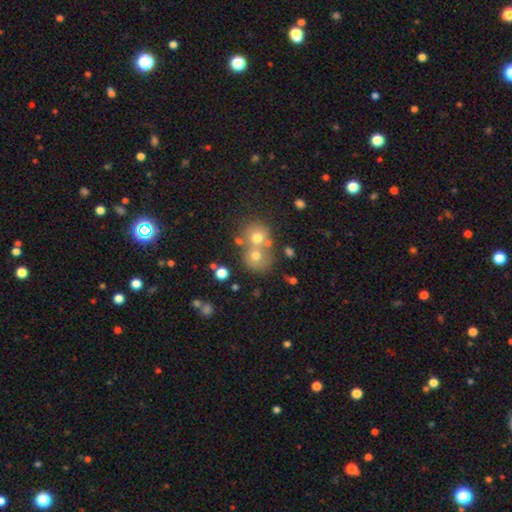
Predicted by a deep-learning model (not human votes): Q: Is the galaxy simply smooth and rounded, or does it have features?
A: smooth — 63%.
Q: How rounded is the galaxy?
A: round — 76%.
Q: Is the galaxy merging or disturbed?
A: merger — 57%.